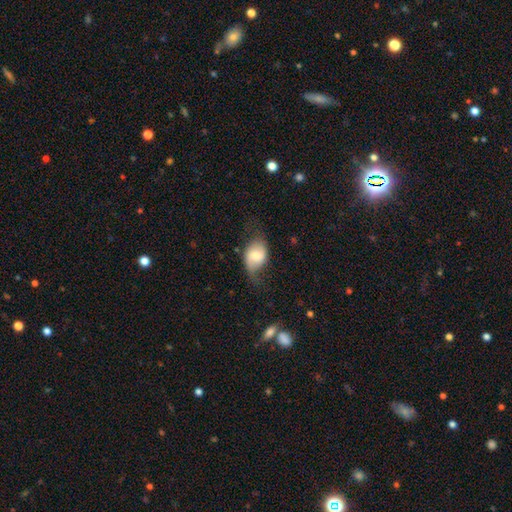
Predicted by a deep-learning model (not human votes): This appears to be a smooth galaxy with no disk features (53%) that is in between round and cigar-shaped (74%). Merging: none (47%).